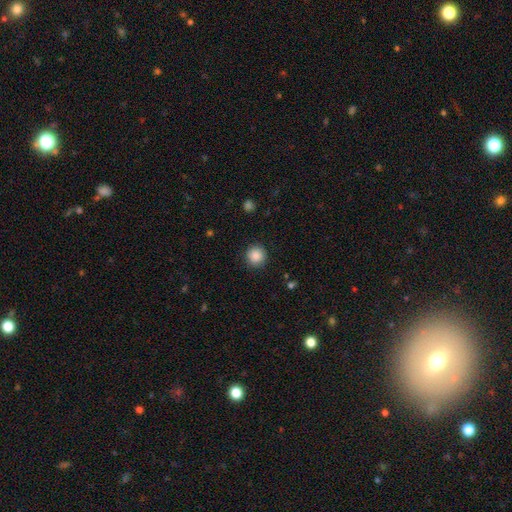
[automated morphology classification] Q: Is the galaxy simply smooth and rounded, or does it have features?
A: smooth — 87%.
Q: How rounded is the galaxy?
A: round — 94%.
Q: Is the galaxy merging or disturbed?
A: none — 91%.